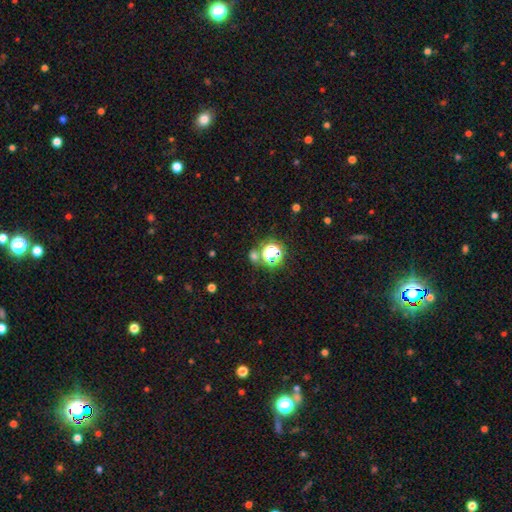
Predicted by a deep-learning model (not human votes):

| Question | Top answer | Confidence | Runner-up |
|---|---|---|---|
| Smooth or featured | star or artifact | 62% | smooth (30%) |